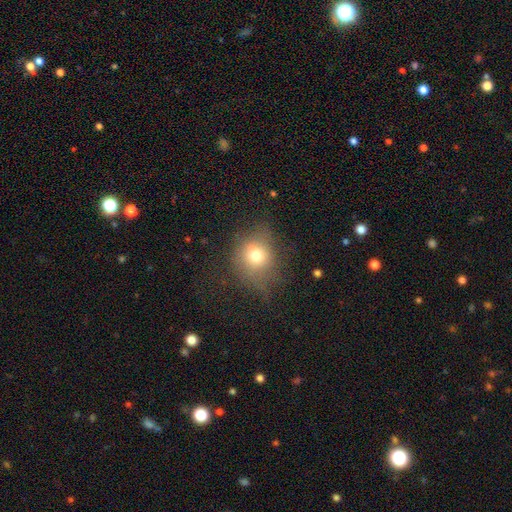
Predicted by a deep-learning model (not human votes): smooth 70%, featured or disk 15%, star or artifact 15%. Down the decision tree: how rounded — round (79%); merging — none (54%).